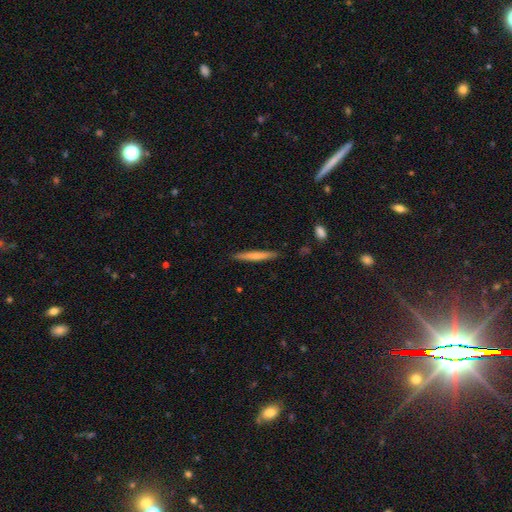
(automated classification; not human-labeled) A smooth galaxy with no disk features (65%) that is cigar-shaped (95%). Merging: none (89%).